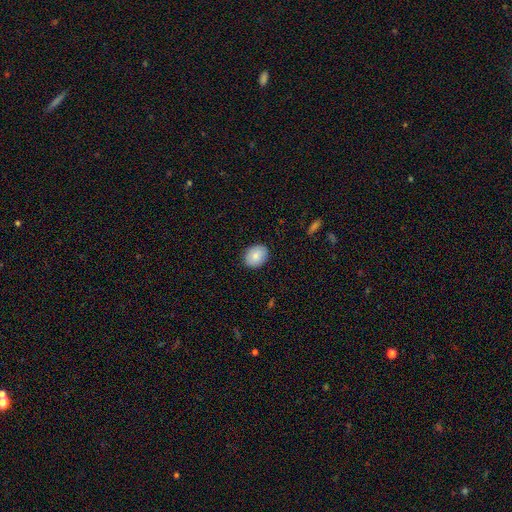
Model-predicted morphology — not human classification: Overall: smooth (84%). How rounded: in between (54%; round 45%). Merging: none (89%).